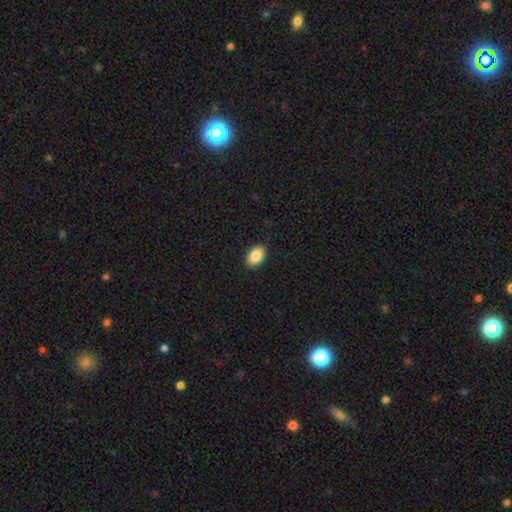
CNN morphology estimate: This is clearly a smooth galaxy (88%). How rounded: clearly in between (91%). Merging: clearly none (90%).